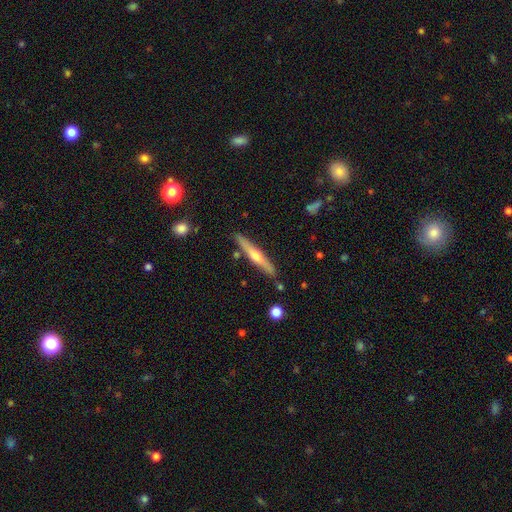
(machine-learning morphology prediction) A featured or disk galaxy (65%) viewed edge-on (96%) with a rounded central bulge (87%).

Vote fractions:
- Smooth or featured? featured or disk: 65% / smooth: 29% / star or artifact: 6%
- Edge-on disk? yes: 96% / no: 4%
- Edge-on bulge? rounded: 87% / none: 9% / boxy: 4%
- Merging? none: 87% / minor disturbance: 9% / merger: 3% / major disturbance: 2%